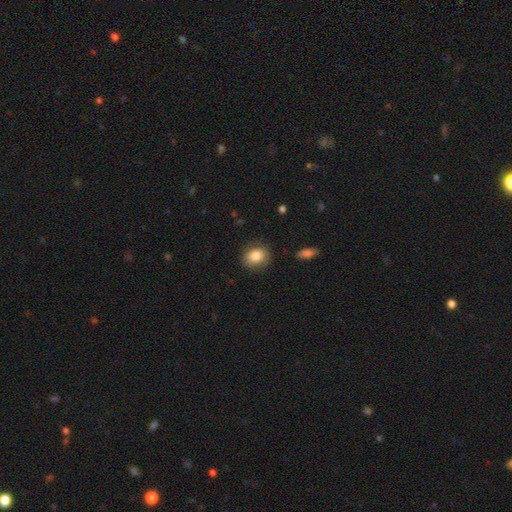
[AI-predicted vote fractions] The model was most divided on "how rounded": round: 50%, in between: 49%, cigar-shaped: 1%. More confident: merging — none (82%); smooth or featured — smooth (82%).